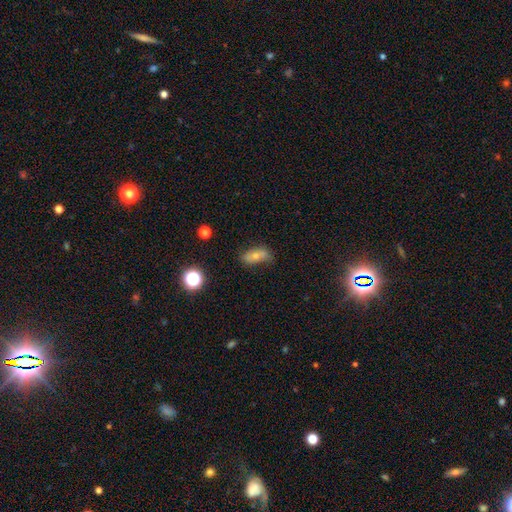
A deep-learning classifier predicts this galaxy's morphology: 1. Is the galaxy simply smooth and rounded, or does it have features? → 65% smooth, 24% featured or disk, 11% star or artifact.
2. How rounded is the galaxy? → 82% in between, 11% cigar-shaped, 7% round.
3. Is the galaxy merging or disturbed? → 61% none, 27% minor disturbance, 8% major disturbance, 4% merger.